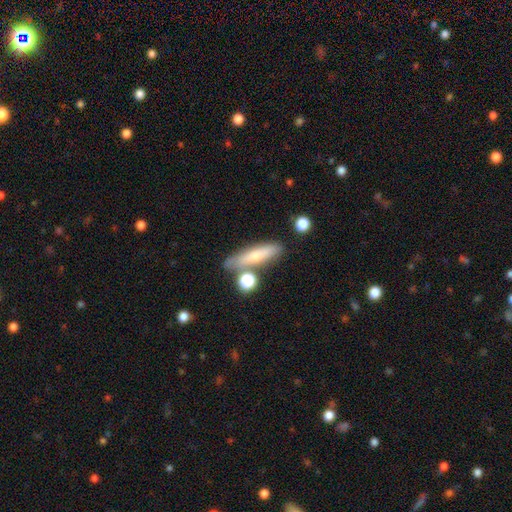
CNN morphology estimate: A smooth galaxy with no disk features (61%) that is cigar-shaped (70%).

Vote fractions:
- Smooth or featured? smooth: 61% / featured or disk: 31% / star or artifact: 8%
- How rounded? cigar-shaped: 70% / in between: 25% / round: 5%
- Merging? none: 67% / minor disturbance: 16% / merger: 12% / major disturbance: 5%